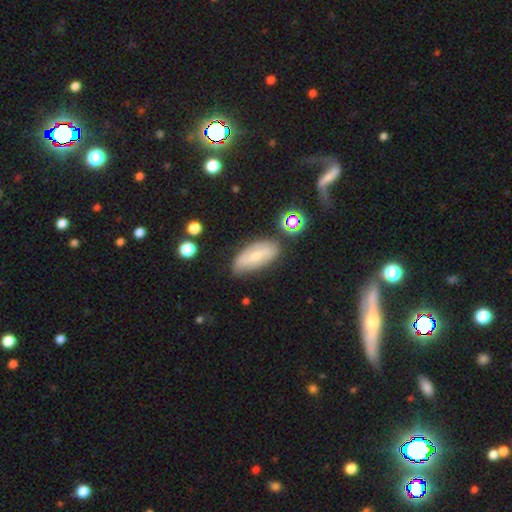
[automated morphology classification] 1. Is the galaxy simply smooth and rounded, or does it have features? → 53% smooth, 36% featured or disk, 11% star or artifact.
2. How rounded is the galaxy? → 87% in between, 10% cigar-shaped, 3% round.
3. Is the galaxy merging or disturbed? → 68% none, 22% minor disturbance, 6% major disturbance, 4% merger.